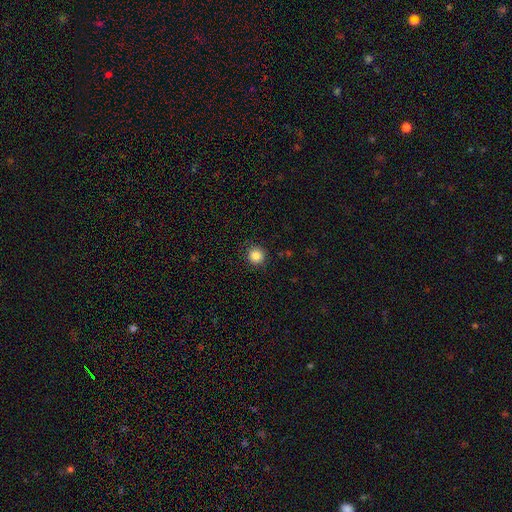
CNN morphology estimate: This is clearly a smooth galaxy (85%). How rounded: clearly round (93%). Merging: clearly none (90%).